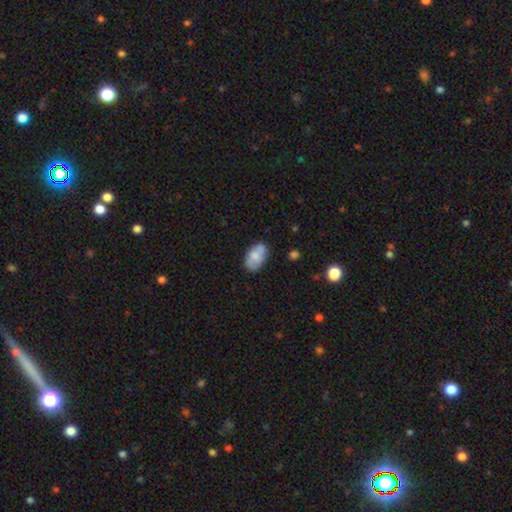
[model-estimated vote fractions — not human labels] Q: Smooth or featured?
A: smooth (67%); runner-up: featured or disk (26%)
Q: How rounded?
A: in between (91%); runner-up: round (7%)
Q: Merging?
A: none (68%); runner-up: minor disturbance (22%)